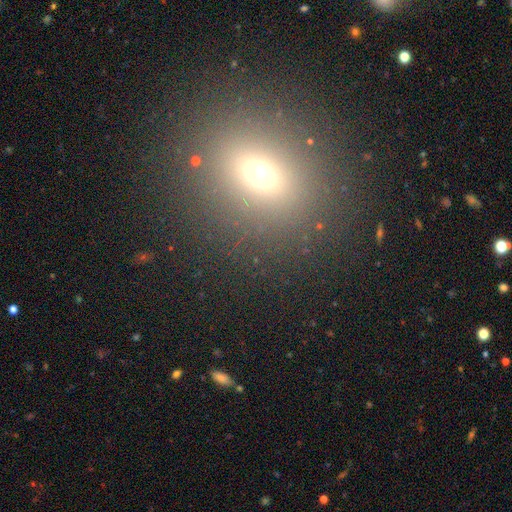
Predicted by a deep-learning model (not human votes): smooth_or_featured: smooth (p=0.64) [alt: star or artifact p=0.25]
how_rounded: round (p=0.59) [alt: in between p=0.38]
merging: none (p=0.87) [alt: minor disturbance p=0.07]